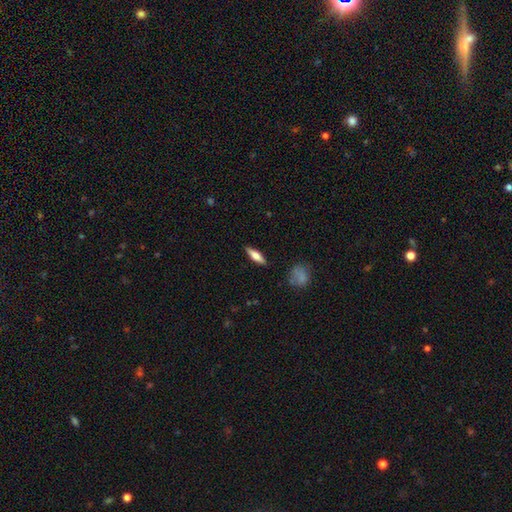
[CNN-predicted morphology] smooth-or-featured: smooth: 53% | featured or disk: 40% | star or artifact: 7%
  how-rounded: cigar-shaped: 56% | in between: 41% | round: 3%
  merging: none: 88% | minor disturbance: 9% | major disturbance: 2% | merger: 1%